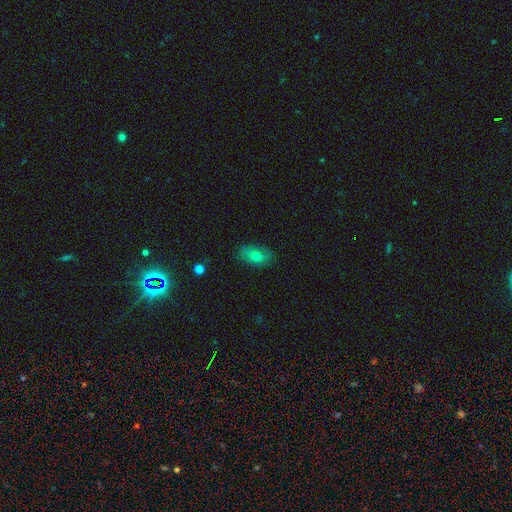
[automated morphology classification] A smooth galaxy with no disk features (72%) that is in between round and cigar-shaped (88%).

Vote fractions:
- Smooth or featured? smooth: 72% / featured or disk: 20% / star or artifact: 9%
- How rounded? in between: 88% / round: 9% / cigar-shaped: 3%
- Merging? none: 79% / minor disturbance: 16% / major disturbance: 4% / merger: 1%